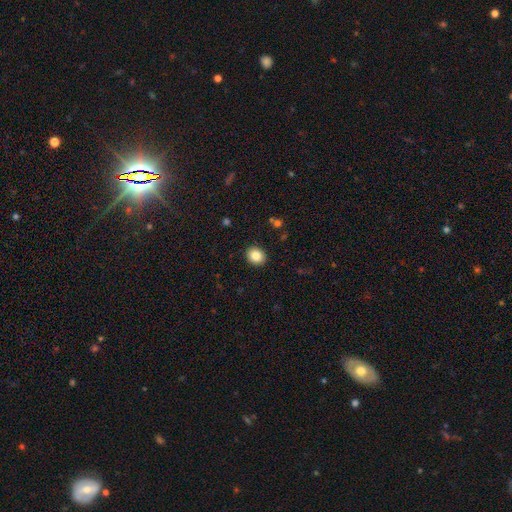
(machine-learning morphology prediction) type=smooth (84%); roundness=round (62%); merging=none (91%).